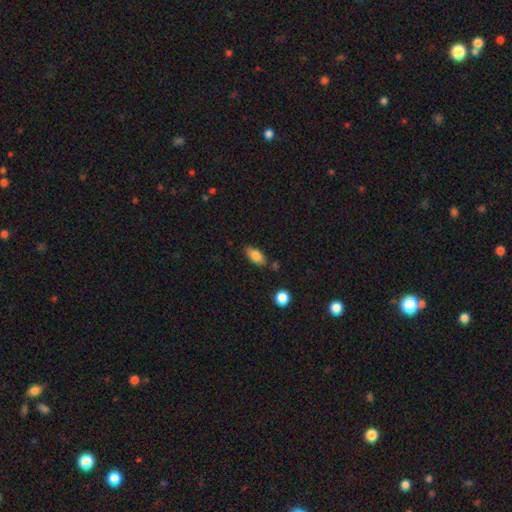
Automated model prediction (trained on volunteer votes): Smooth or featured: smooth — 82% (featured or disk — 10%)
How rounded: in between — 86% (cigar-shaped — 10%)
Merging: none — 75% (minor disturbance — 16%)